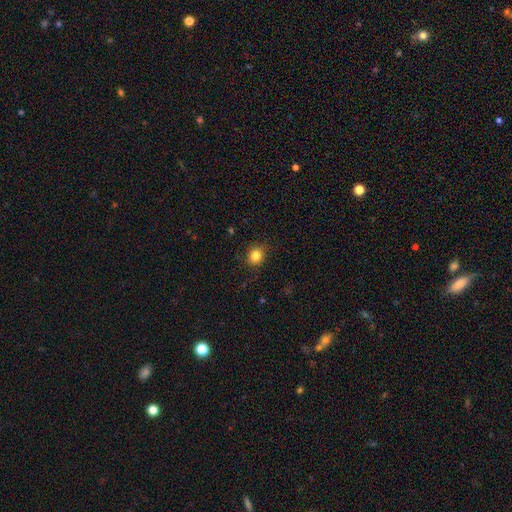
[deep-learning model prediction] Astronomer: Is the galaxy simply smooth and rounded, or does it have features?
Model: smooth — 83%.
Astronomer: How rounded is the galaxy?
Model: round — 79%.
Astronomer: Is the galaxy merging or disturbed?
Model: none — 87%.